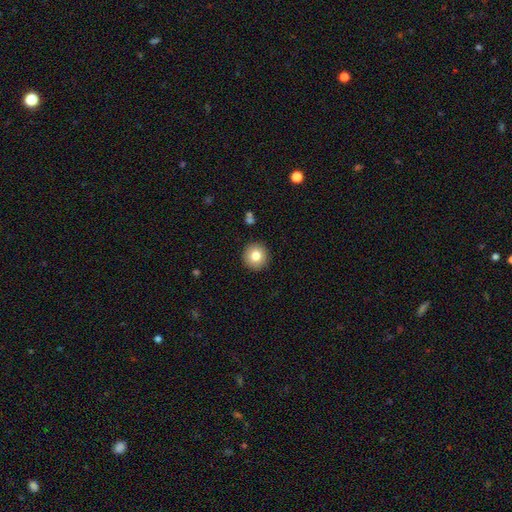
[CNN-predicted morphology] Smooth or featured: smooth — 80% (featured or disk — 10%)
How rounded: round — 94% (in between — 5%)
Merging: none — 91% (minor disturbance — 6%)